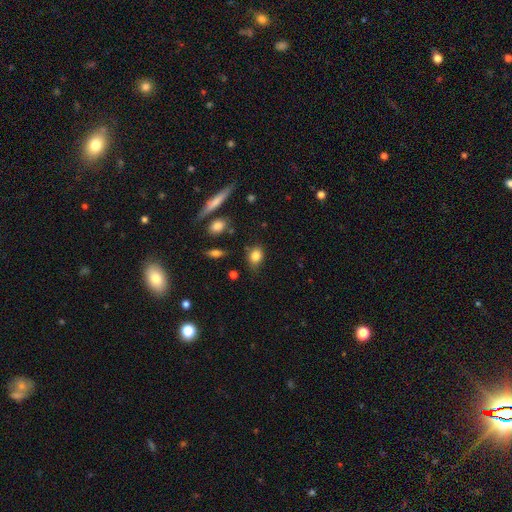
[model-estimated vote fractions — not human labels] A smooth galaxy with no disk features (83%) that is in between round and cigar-shaped (52%).

Vote fractions:
- Smooth or featured? smooth: 83% / star or artifact: 9% / featured or disk: 8%
- How rounded? in between: 52% / round: 46% / cigar-shaped: 2%
- Merging? none: 69% / minor disturbance: 23% / major disturbance: 6% / merger: 3%